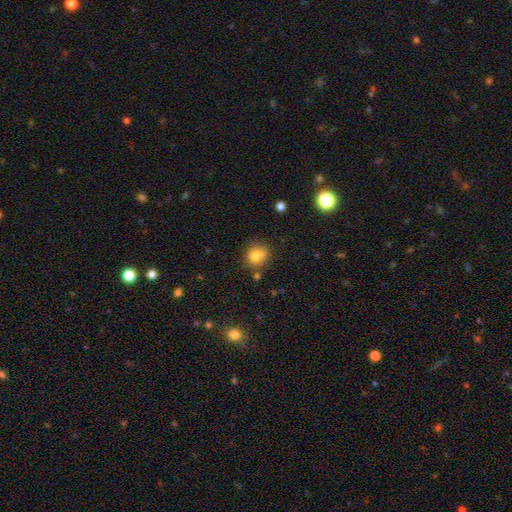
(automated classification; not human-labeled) smooth-or-featured: smooth: 79% | star or artifact: 12% | featured or disk: 10%
  how-rounded: round: 77% | in between: 22% | cigar-shaped: 1%
  merging: none: 65% | minor disturbance: 17% | merger: 14% | major disturbance: 5%